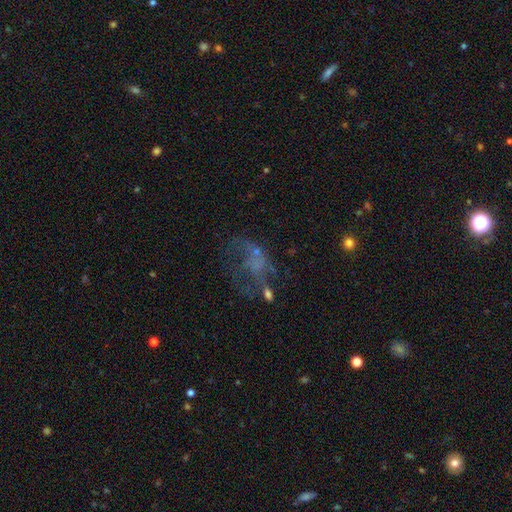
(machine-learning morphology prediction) smooth_or_featured: featured or disk (p=0.49) [alt: smooth p=0.26]
merging: major disturbance (p=0.43) [alt: none p=0.33]